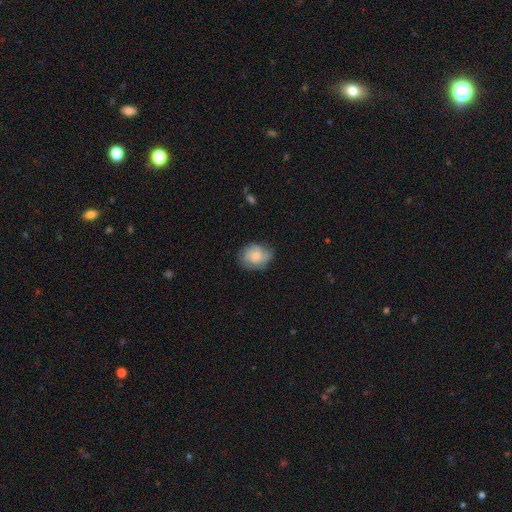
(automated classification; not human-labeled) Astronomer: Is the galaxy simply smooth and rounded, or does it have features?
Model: smooth — 52% (runner-up: featured or disk, 40%).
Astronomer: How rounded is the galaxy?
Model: round — 51% (runner-up: in between, 48%).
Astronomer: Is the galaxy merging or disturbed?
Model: none — 69%.